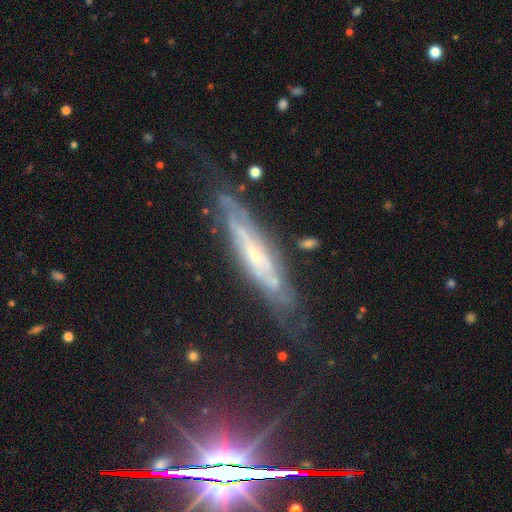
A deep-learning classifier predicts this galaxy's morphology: This is likely a featured or disk galaxy (77%). It is possibly viewed edge-on (54%). Merging: likely none (67%).